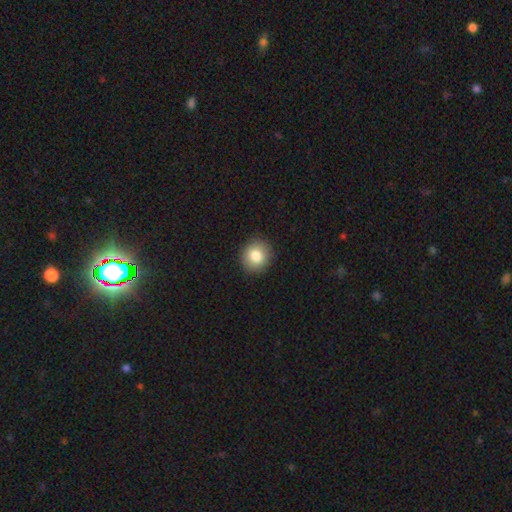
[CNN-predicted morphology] A smooth galaxy with no disk features (83%) that is round (86%). Merging: none (91%).